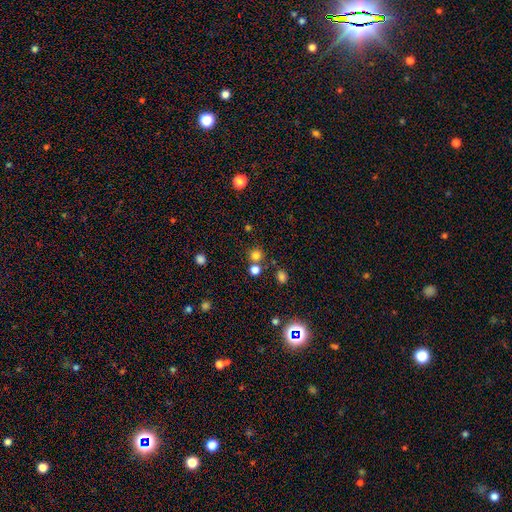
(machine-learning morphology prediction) A smooth galaxy with no disk features (77%) that is round (90%). Merging: none (70%).